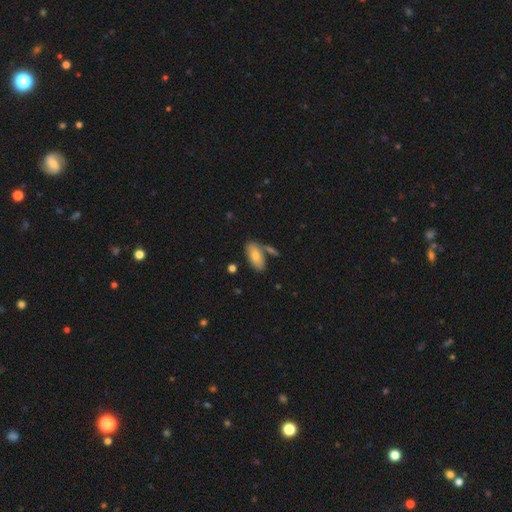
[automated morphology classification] Smooth or featured? smooth (79%)
How rounded? in between (88%)
Merging? none (67%)